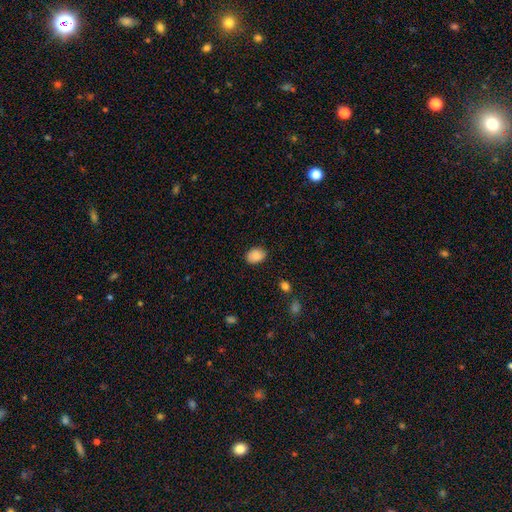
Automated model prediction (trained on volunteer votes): Smooth or featured: smooth — 88% (star or artifact — 7%)
How rounded: in between — 74% (round — 25%)
Merging: none — 85% (minor disturbance — 11%)